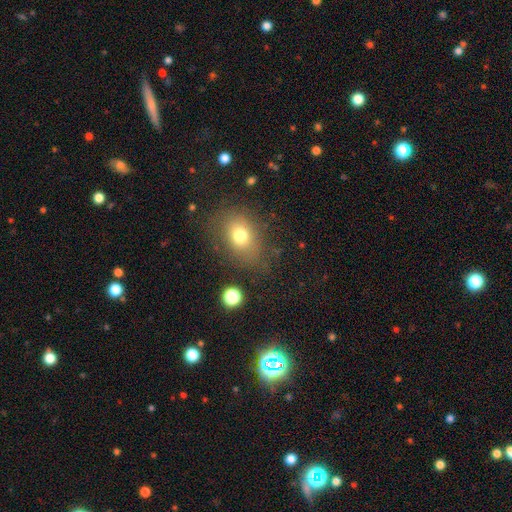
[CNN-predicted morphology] Smooth or featured?
  - smooth: 62% *
  - star or artifact: 25%
  - featured or disk: 13%
How rounded?
  - in between: 55% *
  - round: 44%
  - cigar-shaped: 2%
Merging?
  - none: 80% *
  - minor disturbance: 12%
  - major disturbance: 5%
  - merger: 2%